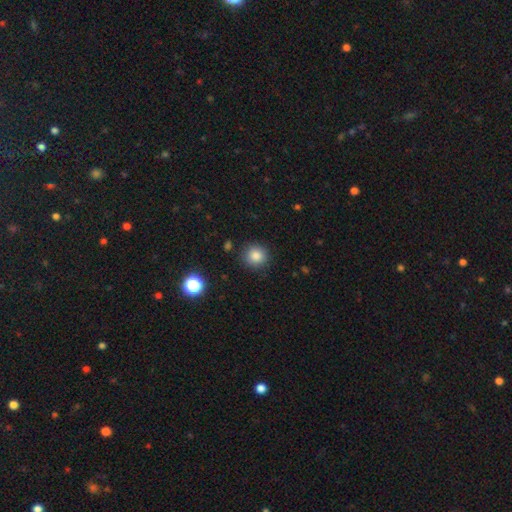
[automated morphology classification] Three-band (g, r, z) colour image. It shows a smooth galaxy with no disk features (84%) that is round (91%). Merging: none (88%).